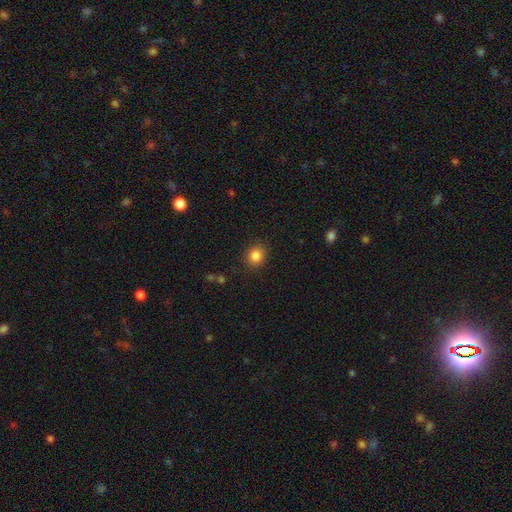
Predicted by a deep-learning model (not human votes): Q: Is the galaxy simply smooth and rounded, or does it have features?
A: smooth — 85%.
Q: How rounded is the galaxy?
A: round — 75%.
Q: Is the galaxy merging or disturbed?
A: none — 88%.